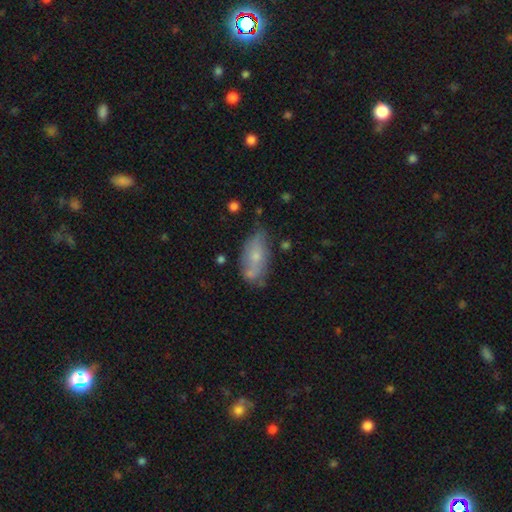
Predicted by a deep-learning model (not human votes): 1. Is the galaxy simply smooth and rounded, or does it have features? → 55% smooth, 38% featured or disk, 7% star or artifact.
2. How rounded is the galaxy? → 87% in between, 9% cigar-shaped, 4% round.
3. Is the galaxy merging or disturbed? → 53% none, 28% minor disturbance, 10% merger, 9% major disturbance.